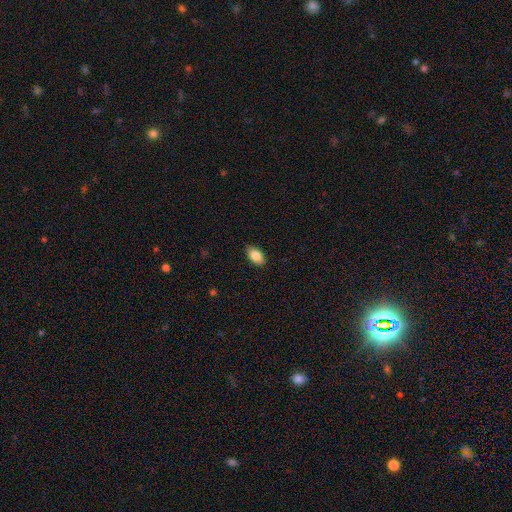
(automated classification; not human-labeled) The model was most divided on "smooth or featured": smooth: 85%, featured or disk: 8%, star or artifact: 7%. More confident: how rounded — in between (92%); merging — none (88%).